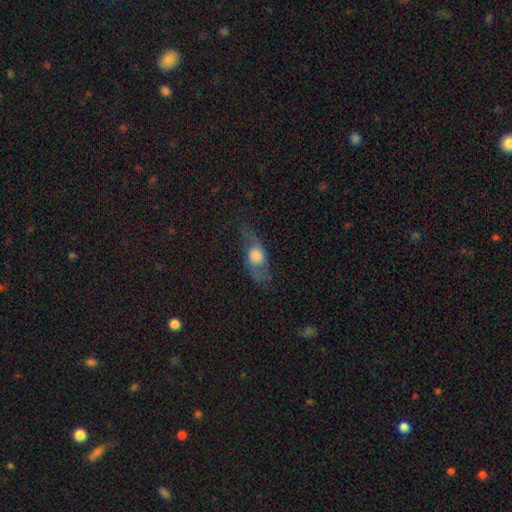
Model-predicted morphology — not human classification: Smooth or featured? featured or disk (48%)
Merging? none (68%)